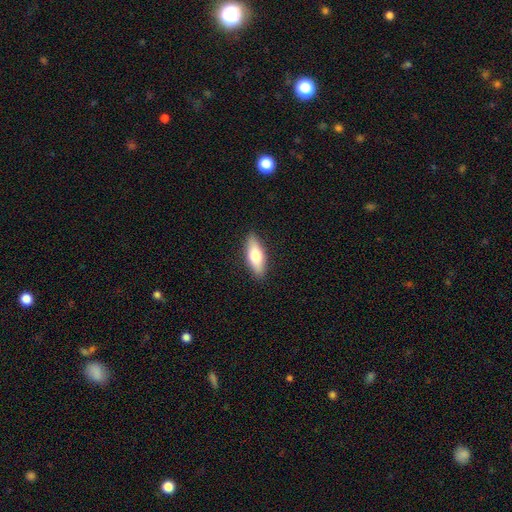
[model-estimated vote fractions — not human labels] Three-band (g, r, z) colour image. It shows a smooth galaxy with no disk features (68%) that is in between round and cigar-shaped (65%). Merging: none (89%).